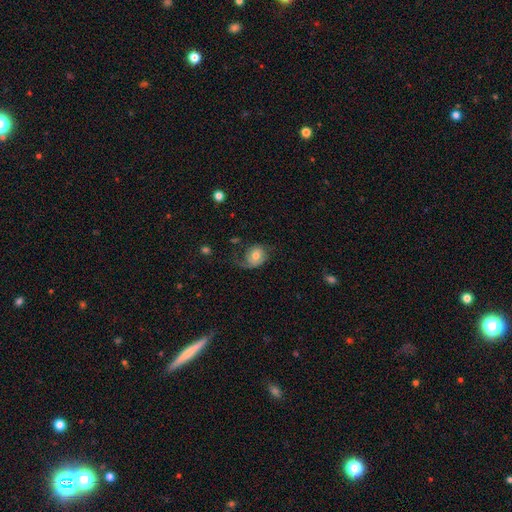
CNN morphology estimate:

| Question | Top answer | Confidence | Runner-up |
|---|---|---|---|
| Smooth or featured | featured or disk | 49% | smooth (44%) |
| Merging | none | 42% | major disturbance (30%) |